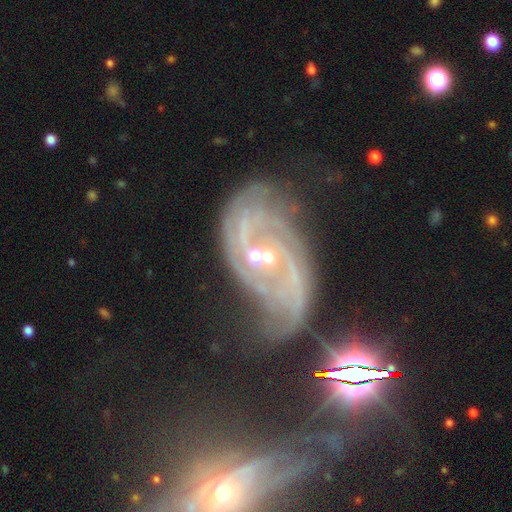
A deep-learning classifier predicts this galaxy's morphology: The model was most divided on "bar": no: 41%, weak: 40%, strong: 19%. Remaining: edge-on disk — no (96%); spiral arms — yes (94%); smooth or featured — featured or disk (84%); bulge size — small (69%); spiral arm count — 2 (46%); merging — none (46%); spiral winding — medium (41%).